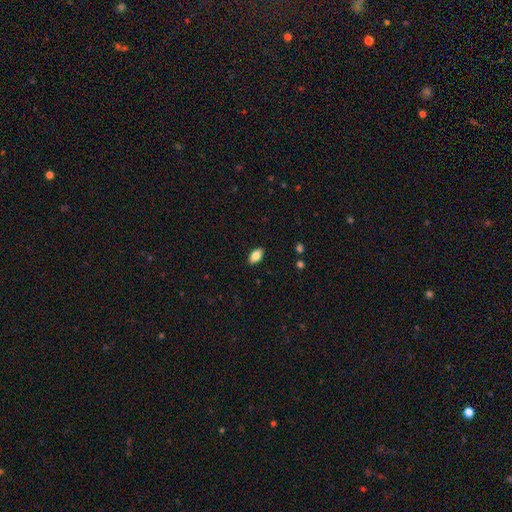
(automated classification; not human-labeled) Smooth or featured?
  - smooth: 83% *
  - featured or disk: 9%
  - star or artifact: 8%
How rounded?
  - in between: 92% *
  - round: 5%
  - cigar-shaped: 3%
Merging?
  - none: 89% *
  - minor disturbance: 9%
  - major disturbance: 2%
  - merger: 1%